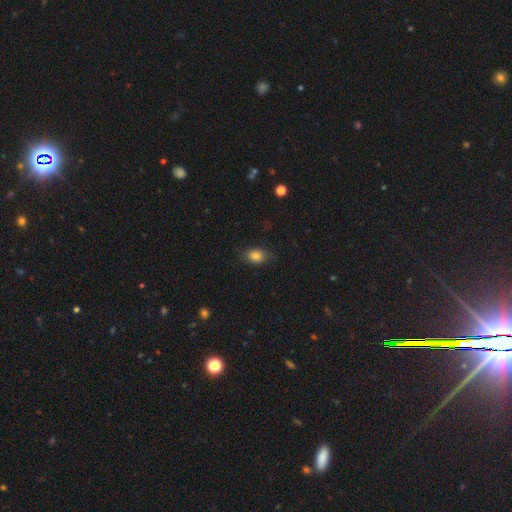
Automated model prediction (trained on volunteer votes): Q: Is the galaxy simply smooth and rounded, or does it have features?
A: smooth — 83%.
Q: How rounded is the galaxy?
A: in between — 73%.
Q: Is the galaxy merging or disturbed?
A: none — 79%.